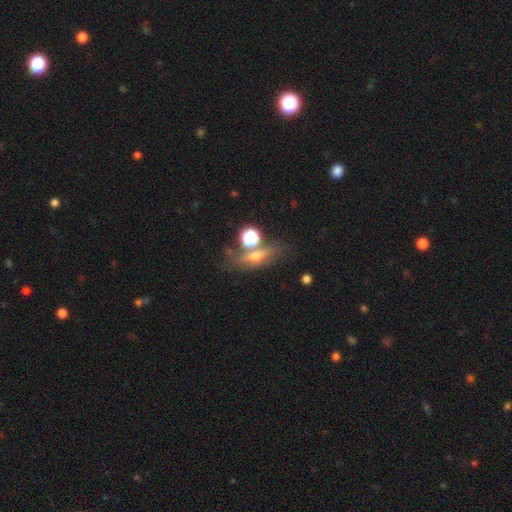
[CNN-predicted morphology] A smooth galaxy with no disk features (43%).

Vote fractions:
- Smooth or featured? smooth: 43% / featured or disk: 39% / star or artifact: 18%
- Merging? none: 62% / minor disturbance: 15% / merger: 14% / major disturbance: 8%